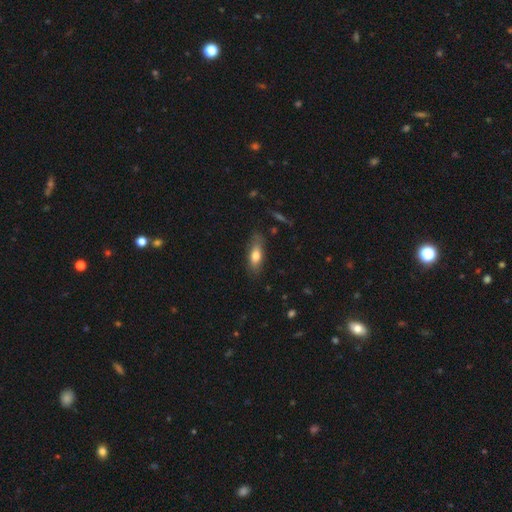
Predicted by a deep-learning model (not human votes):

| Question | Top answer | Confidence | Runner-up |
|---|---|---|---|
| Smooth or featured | smooth | 72% | featured or disk (21%) |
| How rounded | in between | 66% | cigar-shaped (31%) |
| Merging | none | 76% | minor disturbance (18%) |